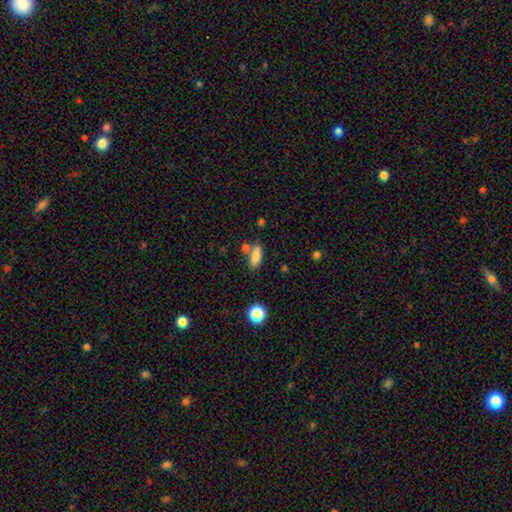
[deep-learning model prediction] smooth-or-featured: smooth: 83% | featured or disk: 9% | star or artifact: 9%
  how-rounded: in between: 73% | cigar-shaped: 23% | round: 4%
  merging: none: 62% | merger: 19% | minor disturbance: 14% | major disturbance: 4%